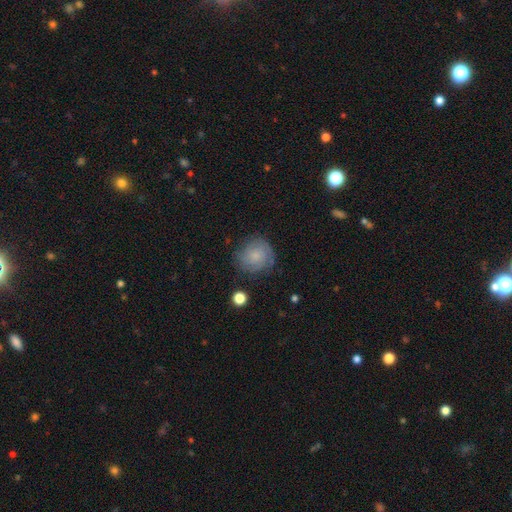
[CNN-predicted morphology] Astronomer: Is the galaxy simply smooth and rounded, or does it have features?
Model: smooth — 56% (runner-up: featured or disk, 35%).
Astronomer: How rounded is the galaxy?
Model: round — 87%.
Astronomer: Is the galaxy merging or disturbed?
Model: none — 73%.